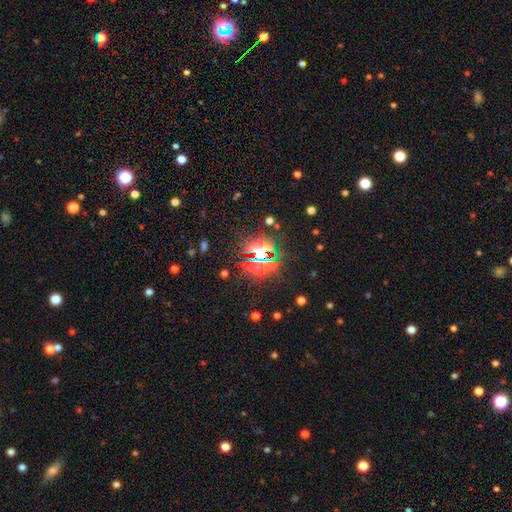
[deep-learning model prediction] star or artifact 77%, smooth 14%, featured or disk 9%.